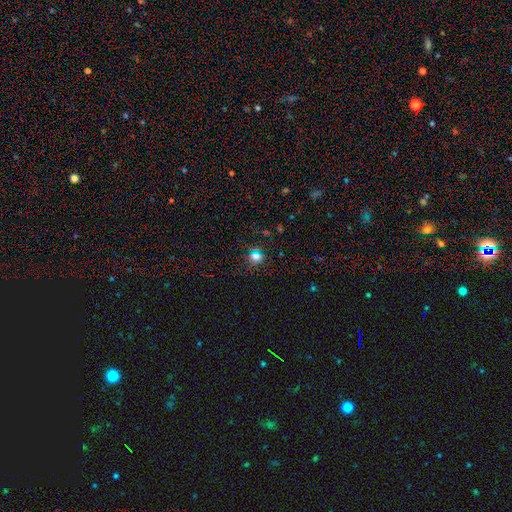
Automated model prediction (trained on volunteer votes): This is possibly a smooth galaxy (57%). How rounded: likely round (72%). Merging: clearly none (81%).